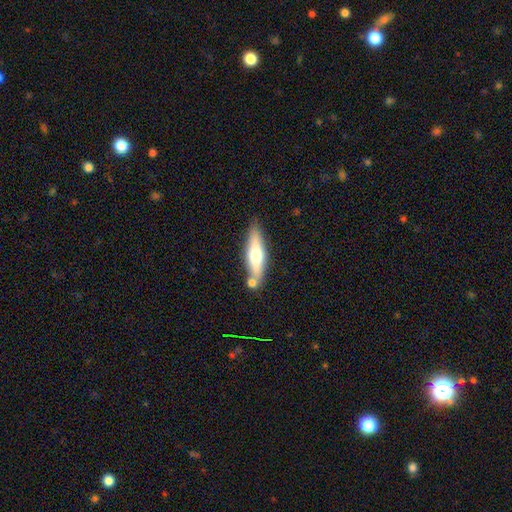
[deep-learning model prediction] Overall: smooth (53%; featured or disk 42%). How rounded: cigar-shaped (67%; in between 30%). Merging: none (68%).